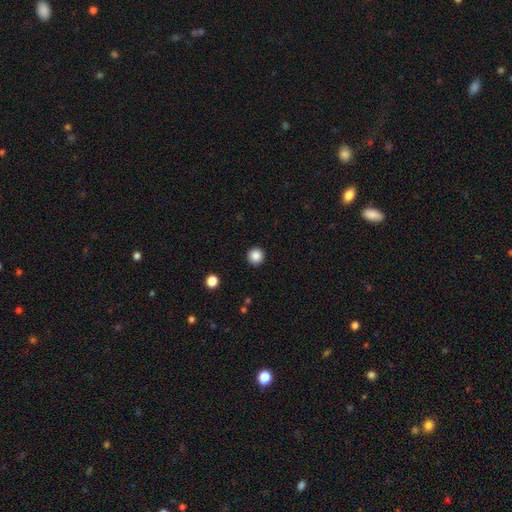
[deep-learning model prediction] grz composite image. It shows a smooth galaxy with no disk features (86%) that is round (96%). Merging: none (93%).